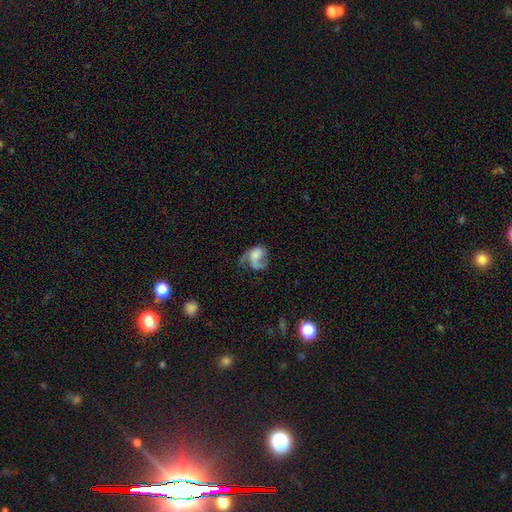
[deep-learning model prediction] Smooth or featured? Predicted: featured or disk (p=0.59). Edge-on disk? Predicted: no (p=0.98). Bar? Predicted: no (p=0.73). Spiral arms? Predicted: yes (p=0.78). Bulge size? Predicted: none (p=0.38). Merging? Predicted: major disturbance (p=0.45).